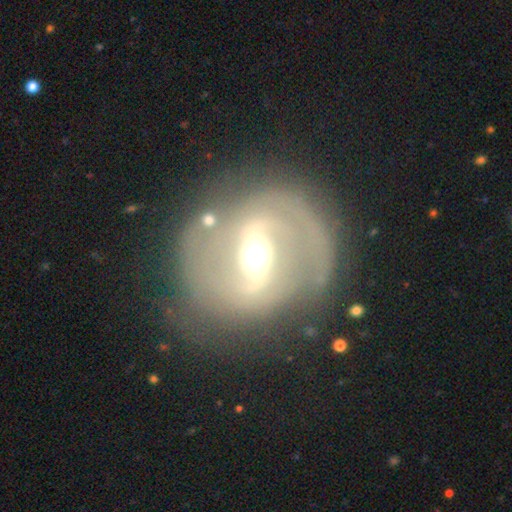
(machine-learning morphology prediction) type=featured or disk (85%); edge-on=no (96%); bar=strong (54%); spiral arms=yes (88%); winding=medium (45%); arm count=2 (85%); bulge=moderate (66%); merging=none (77%).